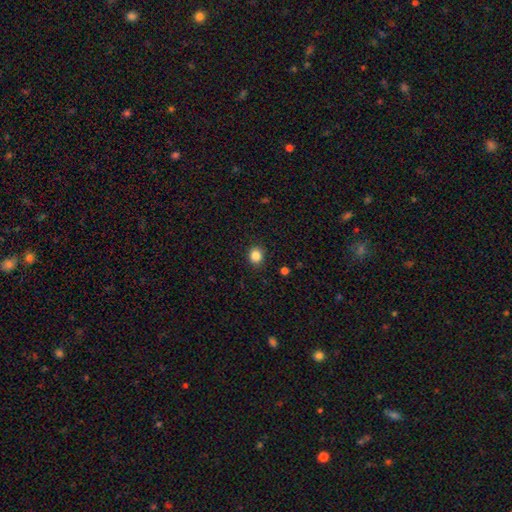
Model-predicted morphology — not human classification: The model was most divided on "how rounded": round: 79%, in between: 20%, cigar-shaped: 1%. More confident: merging — none (90%); smooth or featured — smooth (85%).